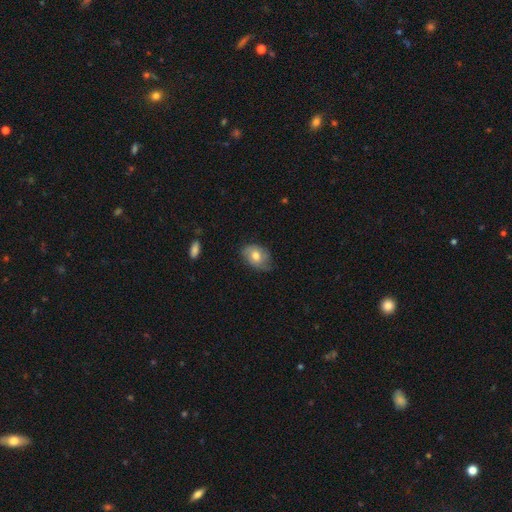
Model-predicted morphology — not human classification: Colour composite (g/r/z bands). It shows a smooth galaxy with no disk features (71%) that is in between round and cigar-shaped (74%). Merging: none (64%).